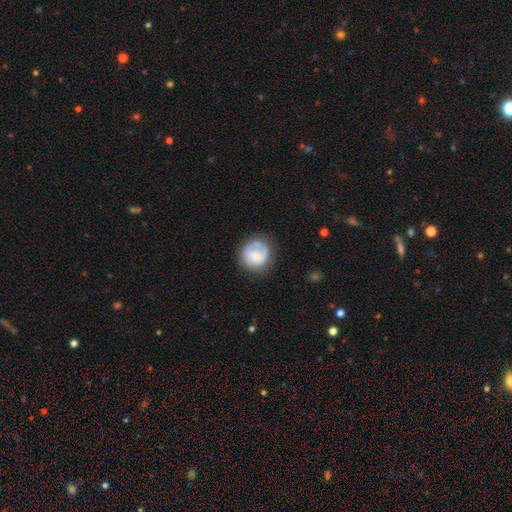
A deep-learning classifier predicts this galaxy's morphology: smooth_or_featured: smooth (p=0.59) [alt: featured or disk p=0.33]
how_rounded: round (p=0.85) [alt: in between p=0.15]
merging: none (p=0.62) [alt: minor disturbance p=0.24]